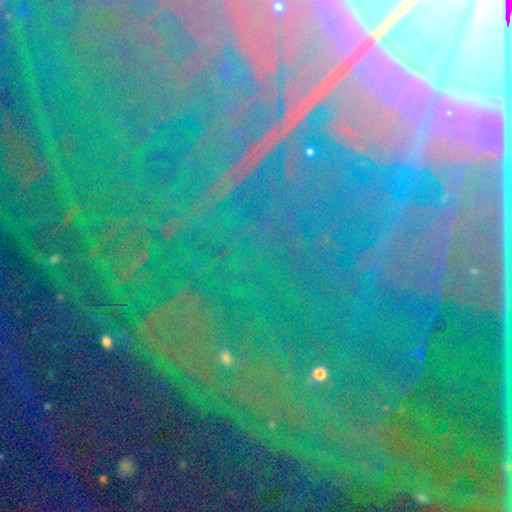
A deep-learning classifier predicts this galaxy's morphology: A star or artifact, not a galaxy (83%).